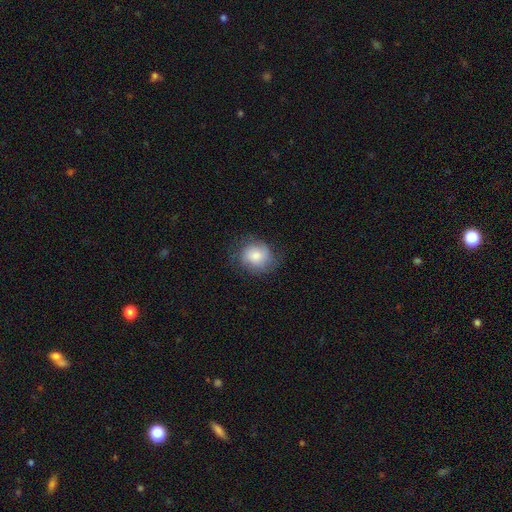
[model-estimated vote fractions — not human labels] Smooth or featured? smooth (74%)
How rounded? round (77%)
Merging? none (70%)